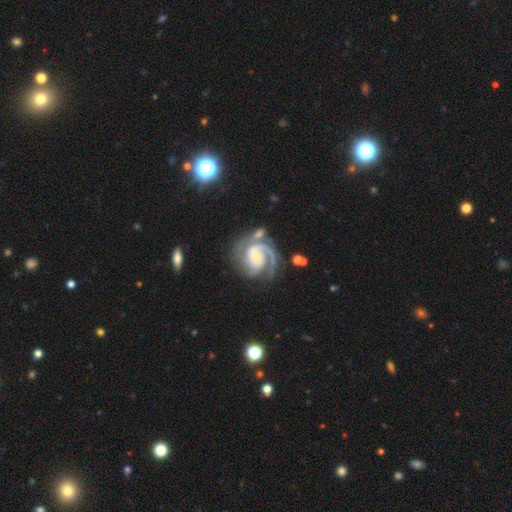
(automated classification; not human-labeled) Smooth or featured? featured or disk (90%)
Edge-on disk? no (98%)
Bar? no (48%)
Spiral arms? yes (98%)
Spiral winding? tight (56%)
Spiral arm count? 2 (54%)
Bulge size? small (50%)
Merging? none (56%)